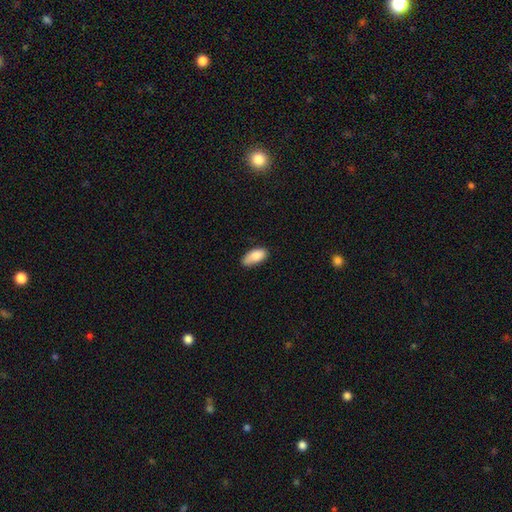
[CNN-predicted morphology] Q: Smooth or featured?
A: smooth (84%); runner-up: featured or disk (9%)
Q: How rounded?
A: in between (92%); runner-up: cigar-shaped (6%)
Q: Merging?
A: none (62%); runner-up: minor disturbance (30%)